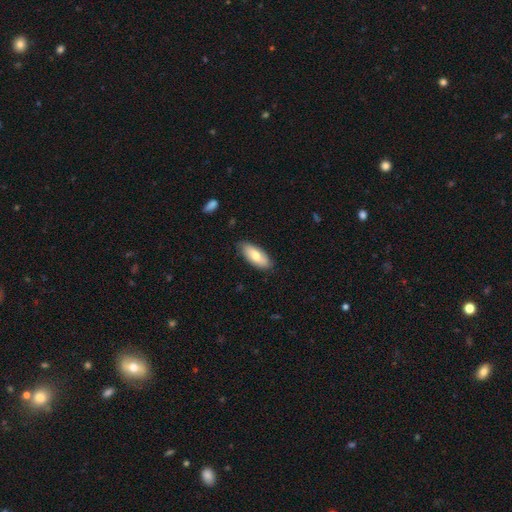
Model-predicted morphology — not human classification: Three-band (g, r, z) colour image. It shows a smooth galaxy with no disk features (72%) that is in between round and cigar-shaped (85%). Merging: none (83%).